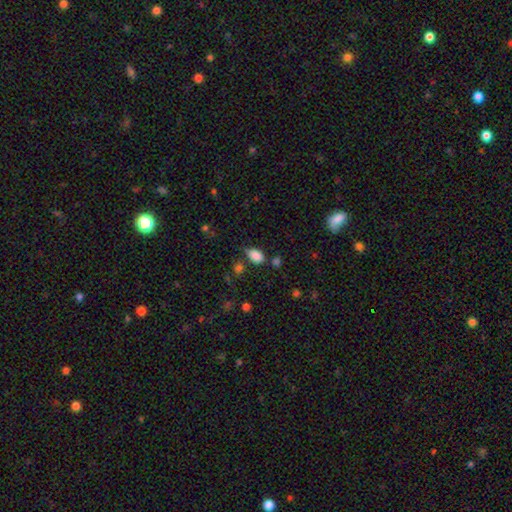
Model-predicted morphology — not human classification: This is clearly a smooth galaxy (85%). How rounded: clearly in between (86%). Merging: likely none (61%).